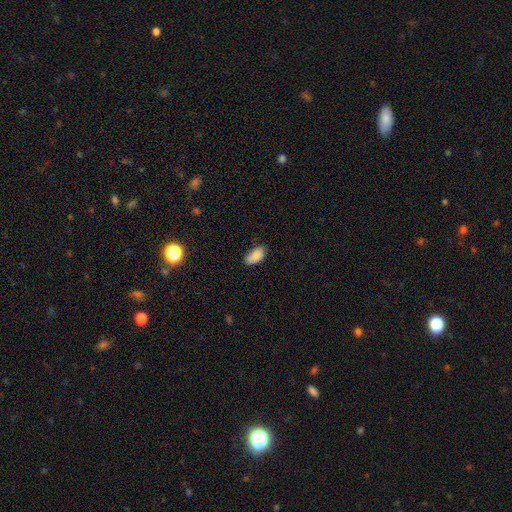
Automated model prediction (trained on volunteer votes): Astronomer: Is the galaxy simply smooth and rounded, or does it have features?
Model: smooth — 85%.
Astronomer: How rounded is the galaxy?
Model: in between — 94%.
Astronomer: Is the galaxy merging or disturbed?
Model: none — 68%.